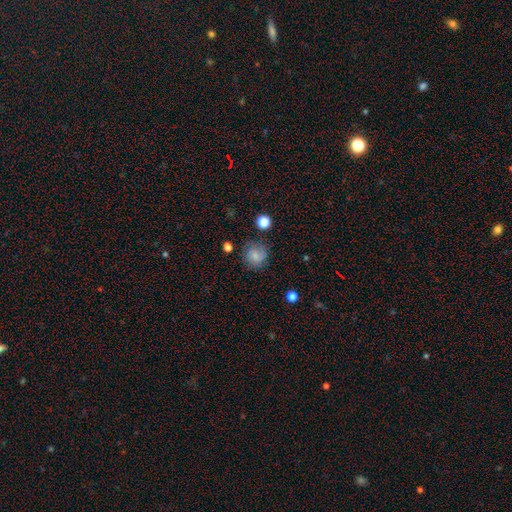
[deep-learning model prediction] Q: Smooth or featured?
A: smooth (74%); runner-up: featured or disk (15%)
Q: How rounded?
A: round (86%); runner-up: in between (13%)
Q: Merging?
A: none (73%); runner-up: minor disturbance (18%)